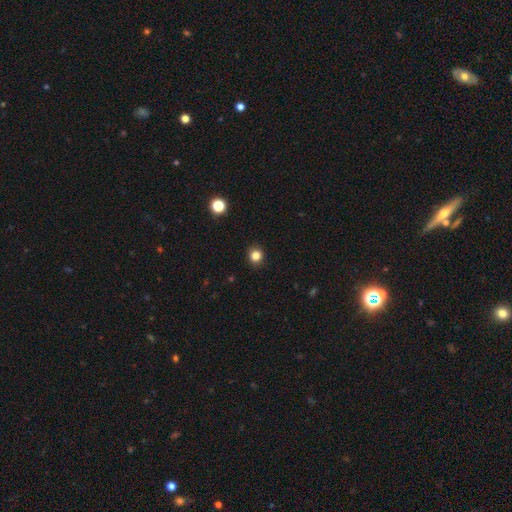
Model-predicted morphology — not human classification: smooth-or-featured: smooth: 83% | star or artifact: 13% | featured or disk: 4%
  how-rounded: round: 87% | in between: 12% | cigar-shaped: 1%
  merging: none: 91% | minor disturbance: 6% | major disturbance: 2% | merger: 1%